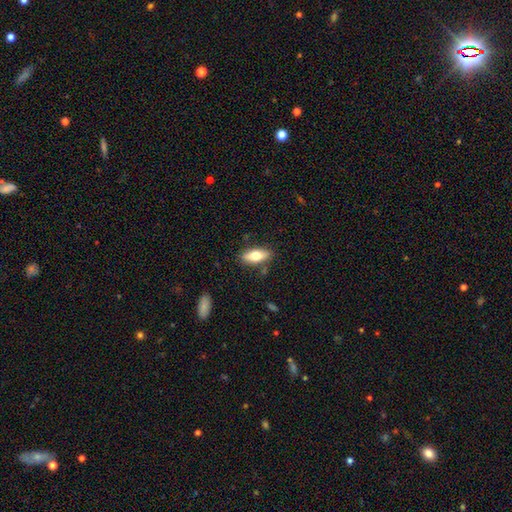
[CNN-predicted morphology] This appears to be a smooth galaxy with no disk features (68%) that is in between round and cigar-shaped (74%). Merging: none (84%).